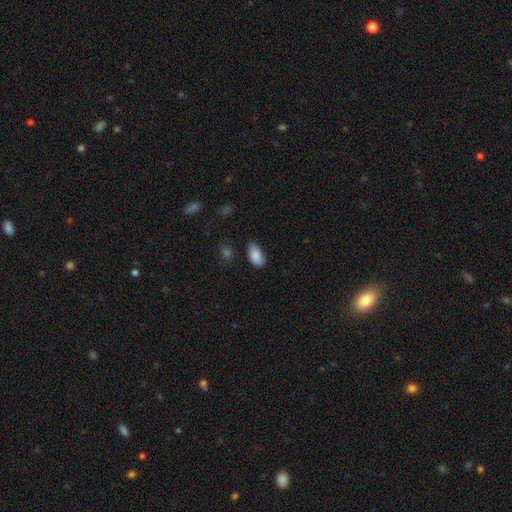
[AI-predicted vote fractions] Smooth or featured: smooth — 87% (star or artifact — 7%)
How rounded: in between — 94% (round — 3%)
Merging: none — 73% (minor disturbance — 21%)